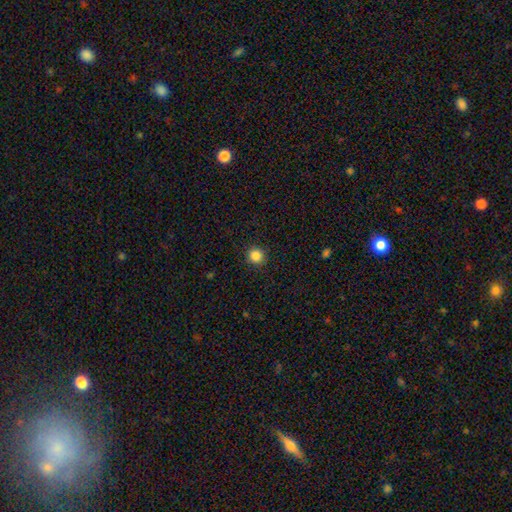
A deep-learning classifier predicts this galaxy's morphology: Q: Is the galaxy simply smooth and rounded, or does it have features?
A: smooth — 86%.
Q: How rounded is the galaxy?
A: round — 93%.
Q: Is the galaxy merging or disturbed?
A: none — 91%.